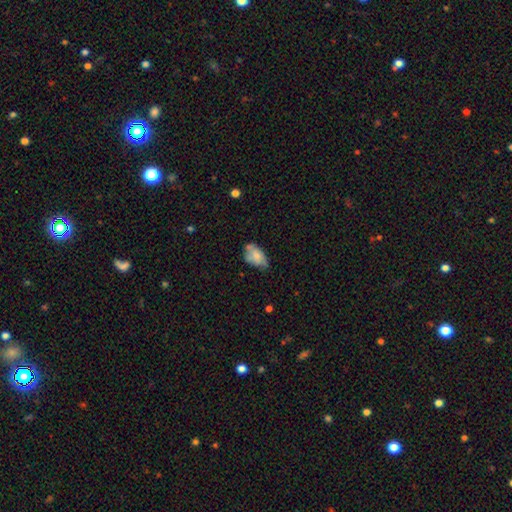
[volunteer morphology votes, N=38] type=smooth (74%); roundness=in between (100%); merging=minor disturbance (43%).